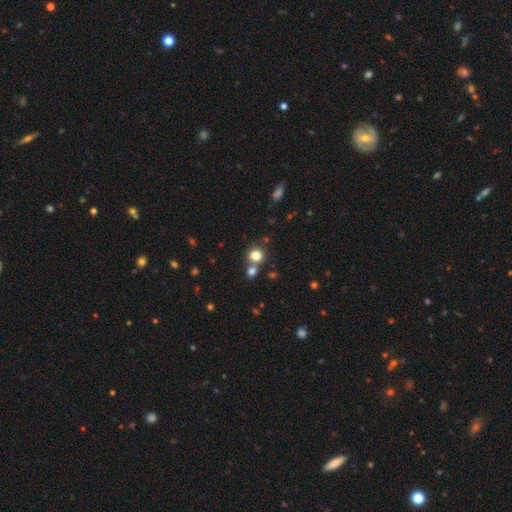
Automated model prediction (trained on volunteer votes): Morphology: type=smooth (80%); roundness=round (83%); merging=none (62%).